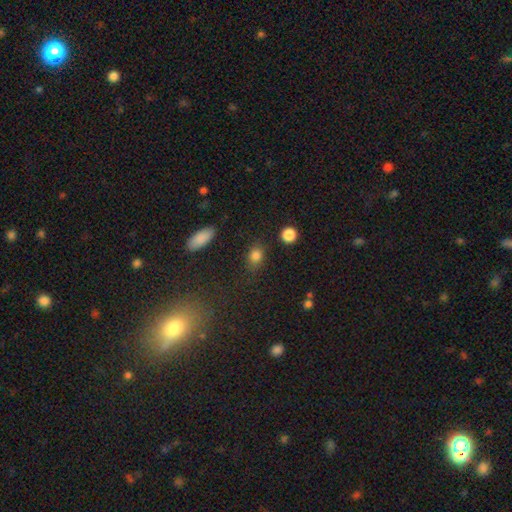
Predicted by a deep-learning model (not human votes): A smooth galaxy with no disk features (83%) that is in between round and cigar-shaped (62%). Merging: none (78%).